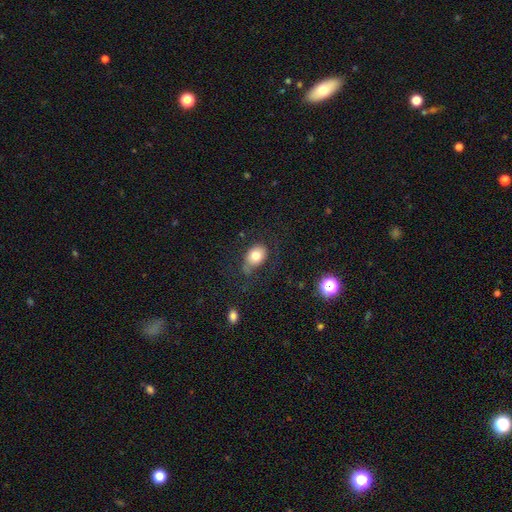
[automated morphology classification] This appears to be a smooth galaxy with no disk features (76%) that is in between round and cigar-shaped (73%). Merging: none (61%).